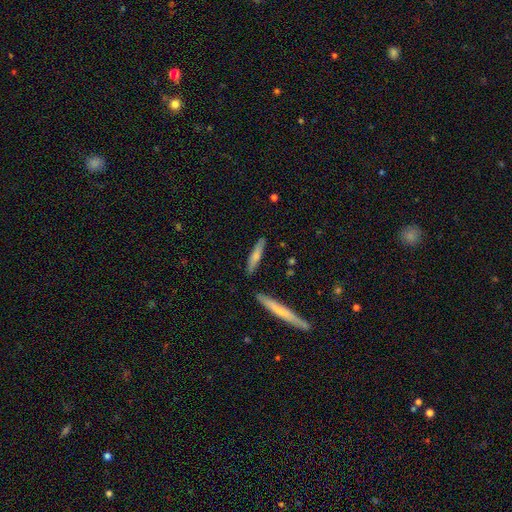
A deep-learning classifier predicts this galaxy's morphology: Overall: smooth (64%; featured or disk 31%). How rounded: cigar-shaped (87%). Merging: none (82%).